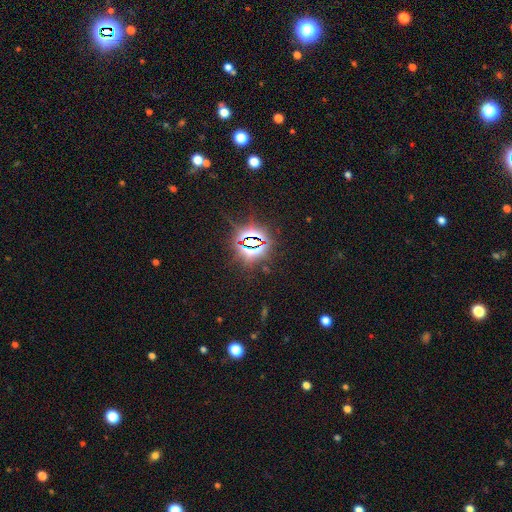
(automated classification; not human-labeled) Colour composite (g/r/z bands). It shows a star or artifact, not a galaxy (82%).